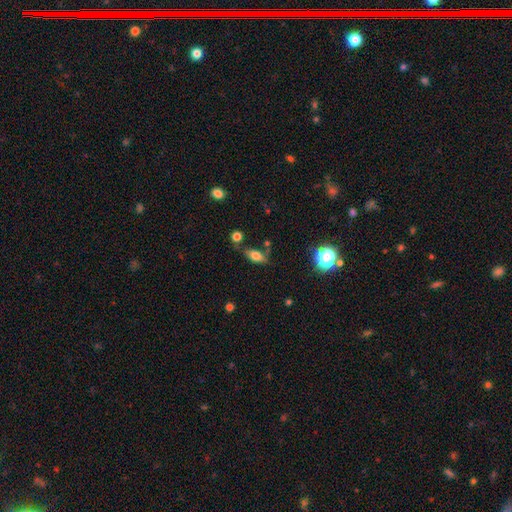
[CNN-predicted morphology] smooth_or_featured: smooth (p=0.69) [alt: featured or disk p=0.19]
how_rounded: in between (p=0.78) [alt: cigar-shaped p=0.15]
merging: none (p=0.66) [alt: minor disturbance p=0.19]